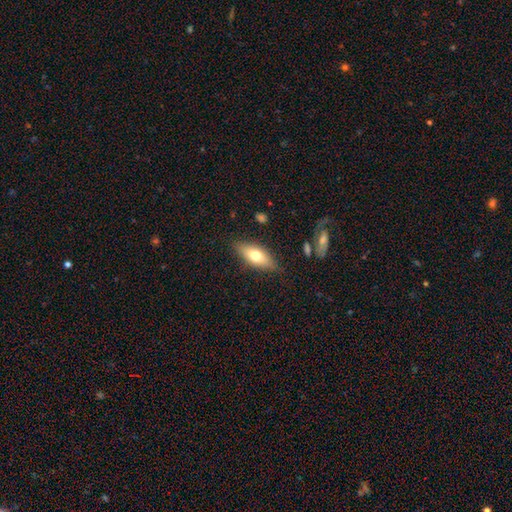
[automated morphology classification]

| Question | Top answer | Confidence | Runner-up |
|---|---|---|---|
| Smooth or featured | smooth | 66% | featured or disk (27%) |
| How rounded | in between | 75% | cigar-shaped (22%) |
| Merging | none | 83% | minor disturbance (13%) |